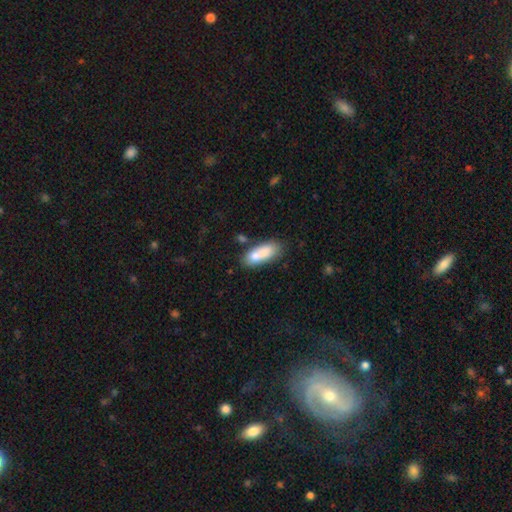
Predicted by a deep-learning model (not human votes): Smooth or featured? Predicted: smooth (p=0.77). How rounded? Predicted: in between (p=0.66). Merging? Predicted: none (p=0.54).